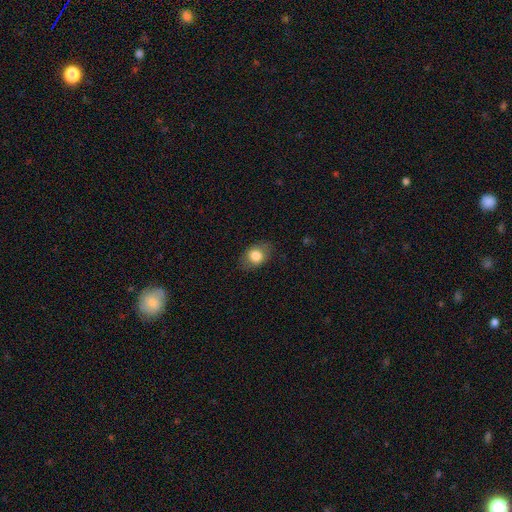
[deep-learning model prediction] A smooth galaxy with no disk features (79%) that is in between round and cigar-shaped (69%). Merging: none (80%).